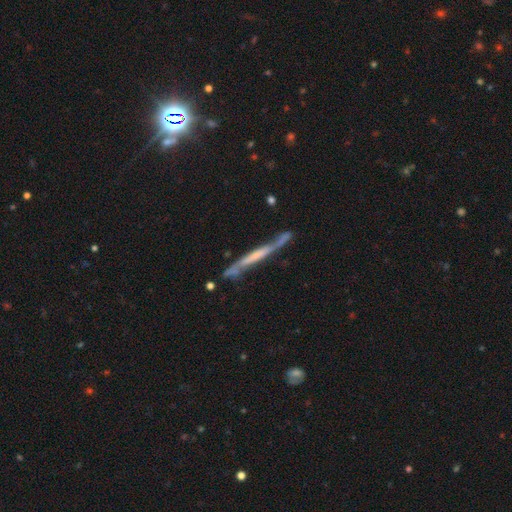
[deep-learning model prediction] Smooth or featured? featured or disk (69%)
Edge-on disk? yes (79%)
Edge-on bulge? none (62%)
Merging? none (58%)